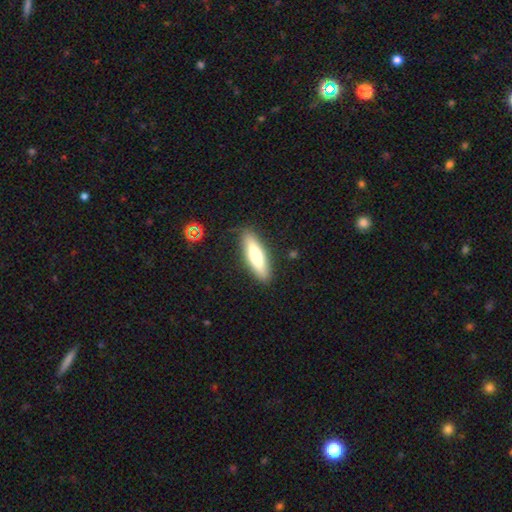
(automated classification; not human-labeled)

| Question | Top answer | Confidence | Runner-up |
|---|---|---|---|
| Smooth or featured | smooth | 65% | featured or disk (29%) |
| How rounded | cigar-shaped | 62% | in between (36%) |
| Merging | none | 87% | minor disturbance (9%) |